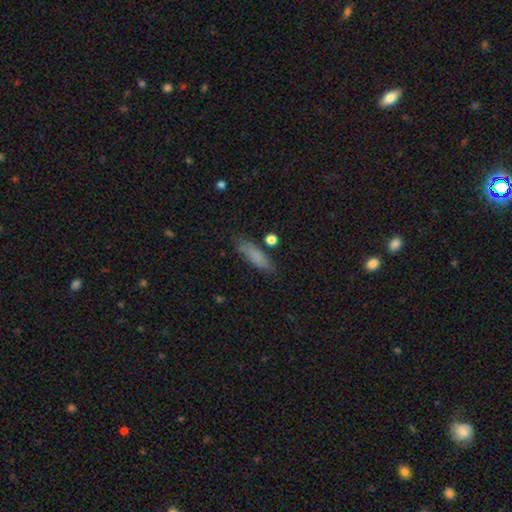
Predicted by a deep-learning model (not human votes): Smooth or featured: smooth — 80% (featured or disk — 12%)
How rounded: cigar-shaped — 59% (in between — 38%)
Merging: none — 78% (minor disturbance — 15%)